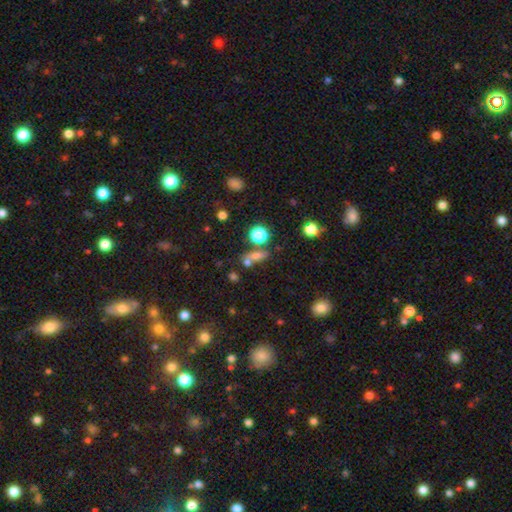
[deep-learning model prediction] Smooth or featured? smooth (61%)
How rounded? in between (42%)
Merging? none (53%)